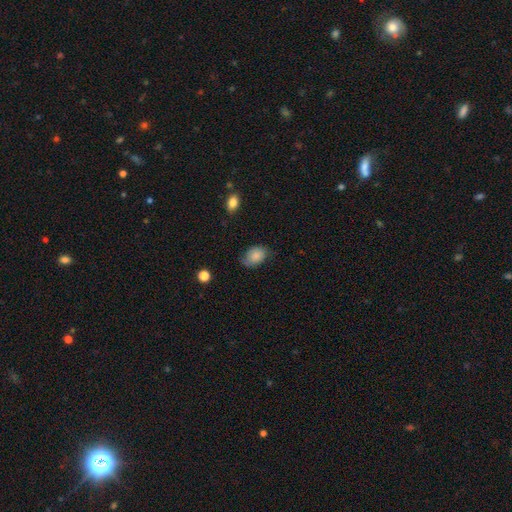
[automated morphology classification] Overall: smooth (83%). How rounded: in between (79%). Merging: none (62%; minor disturbance 29%).